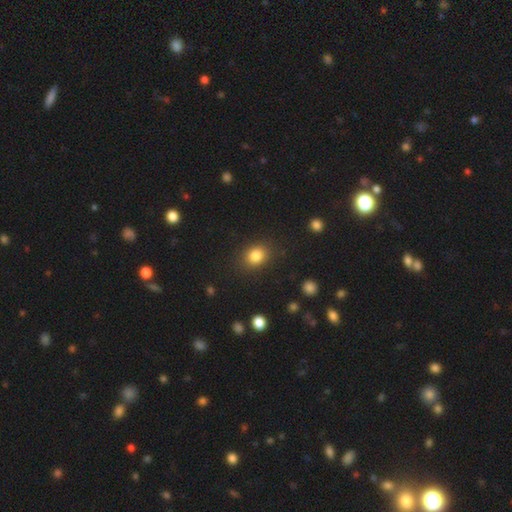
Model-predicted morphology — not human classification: type=smooth (84%); roundness=round (59%); merging=none (85%).